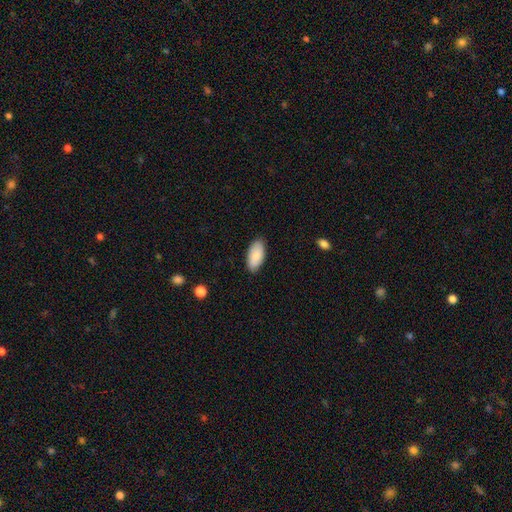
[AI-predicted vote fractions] smooth_or_featured: smooth (p=0.86) [alt: featured or disk p=0.08]
how_rounded: in between (p=0.94) [alt: cigar-shaped p=0.05]
merging: none (p=0.87) [alt: minor disturbance p=0.10]